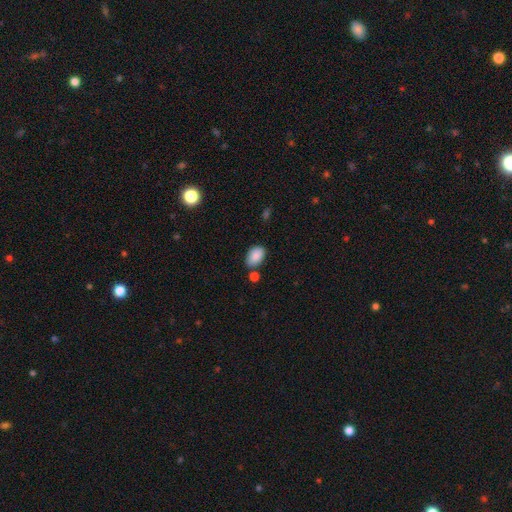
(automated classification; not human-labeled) Q: Smooth or featured?
A: smooth (88%); runner-up: star or artifact (7%)
Q: How rounded?
A: in between (90%); runner-up: round (9%)
Q: Merging?
A: none (73%); runner-up: minor disturbance (15%)